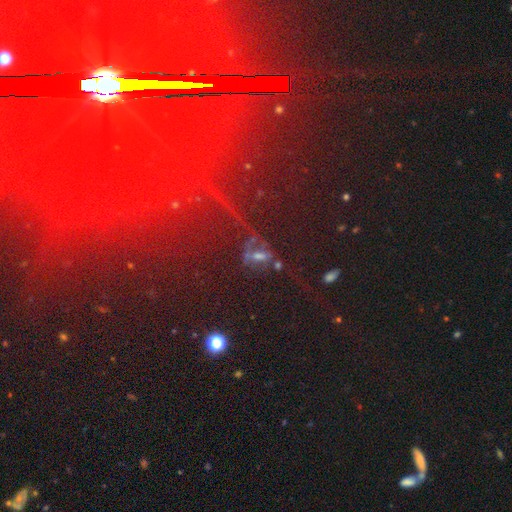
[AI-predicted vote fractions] This is possibly a star or artifact rather than a galaxy (57%).